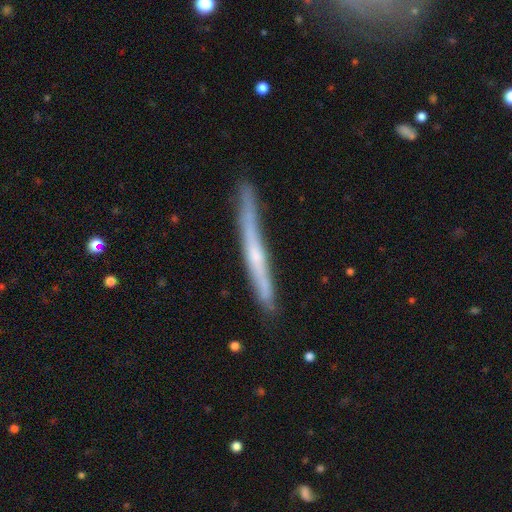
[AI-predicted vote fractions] A featured or disk galaxy (60%) viewed edge-on (95%) with no central bulge (59%).

Vote fractions:
- Smooth or featured? featured or disk: 60% / smooth: 33% / star or artifact: 6%
- Edge-on disk? yes: 95% / no: 5%
- Edge-on bulge? none: 59% / rounded: 35% / boxy: 6%
- Merging? none: 77% / minor disturbance: 18% / major disturbance: 3% / merger: 2%